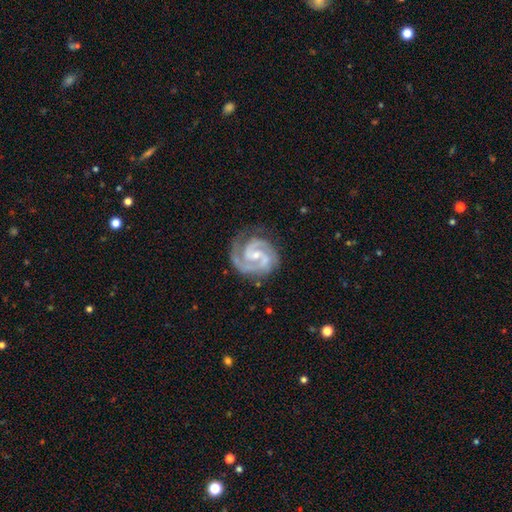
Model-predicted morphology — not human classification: Q: Smooth or featured?
A: featured or disk (92%); runner-up: star or artifact (4%)
Q: Edge-on disk?
A: no (98%); runner-up: yes (2%)
Q: Bar?
A: weak (49%); runner-up: no (34%)
Q: Spiral arms?
A: yes (98%); runner-up: no (2%)
Q: Spiral winding?
A: tight (53%); runner-up: medium (42%)
Q: Spiral arm count?
A: 2 (81%); runner-up: 3 (10%)
Q: Bulge size?
A: small (59%); runner-up: moderate (33%)
Q: Merging?
A: none (72%); runner-up: minor disturbance (18%)